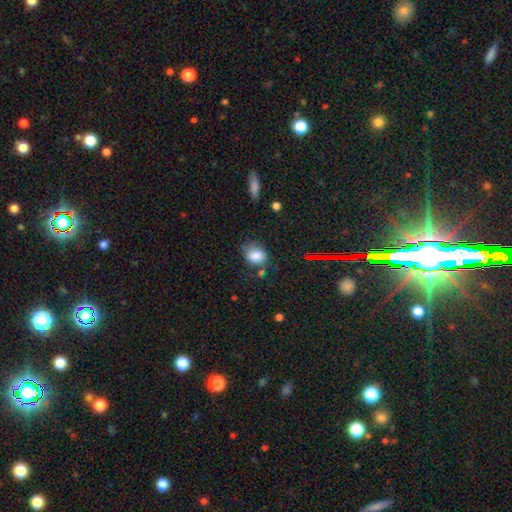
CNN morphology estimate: Smooth or featured? smooth (81%)
How rounded? in between (60%)
Merging? none (60%)